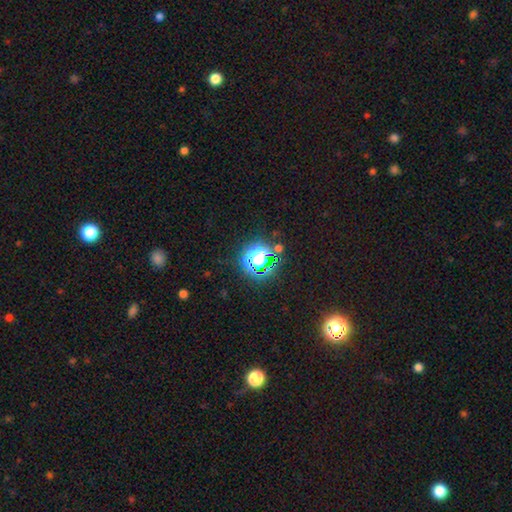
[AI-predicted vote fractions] Smooth or featured: star or artifact — 77% (smooth — 16%)